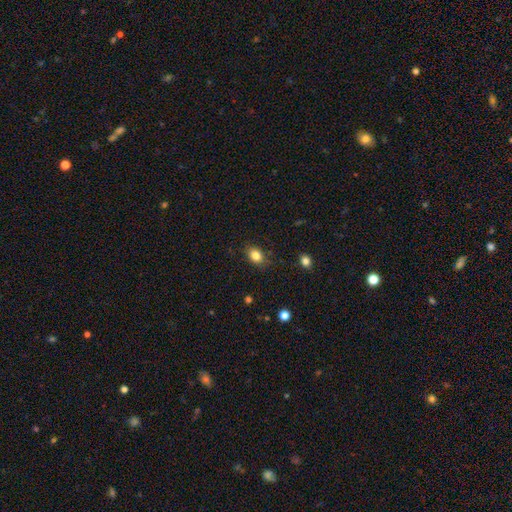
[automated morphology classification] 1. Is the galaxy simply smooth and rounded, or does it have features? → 83% smooth, 10% star or artifact, 7% featured or disk.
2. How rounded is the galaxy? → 70% in between, 28% round, 1% cigar-shaped.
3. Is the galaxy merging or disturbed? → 81% none, 15% minor disturbance, 3% major disturbance, 1% merger.